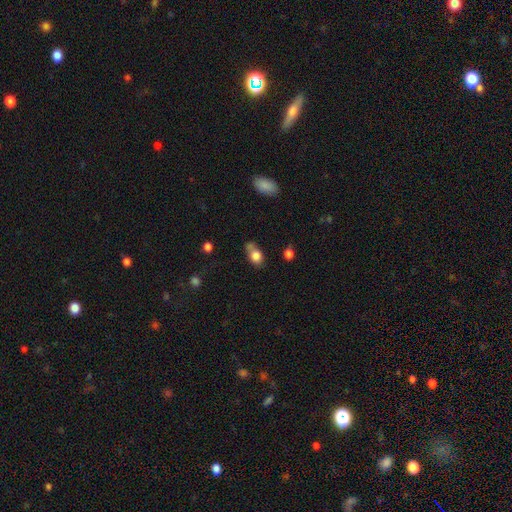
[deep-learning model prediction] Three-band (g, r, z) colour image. It shows a smooth galaxy with no disk features (81%) that is in between round and cigar-shaped (65%). Merging: none (43%).